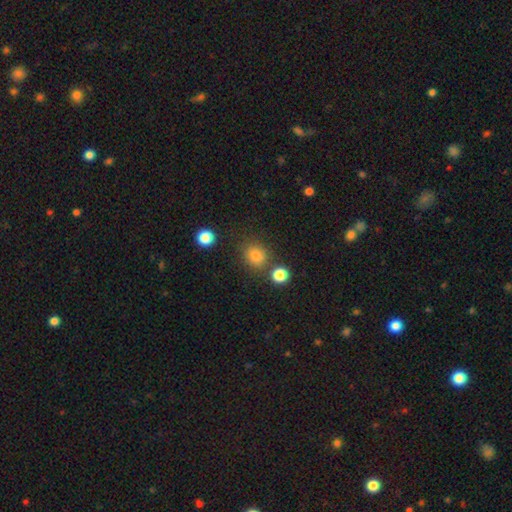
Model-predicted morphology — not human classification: smooth 82%, star or artifact 13%, featured or disk 5%. Down the decision tree: how rounded — round (75%); merging — none (77%).